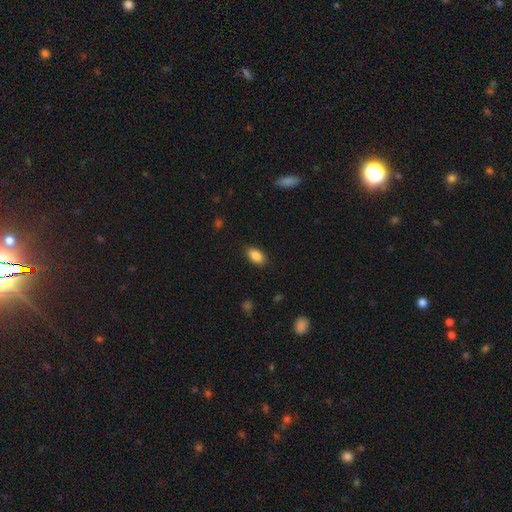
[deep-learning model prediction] Smooth or featured? Predicted: smooth (p=0.88). How rounded? Predicted: in between (p=0.91). Merging? Predicted: none (p=0.84).